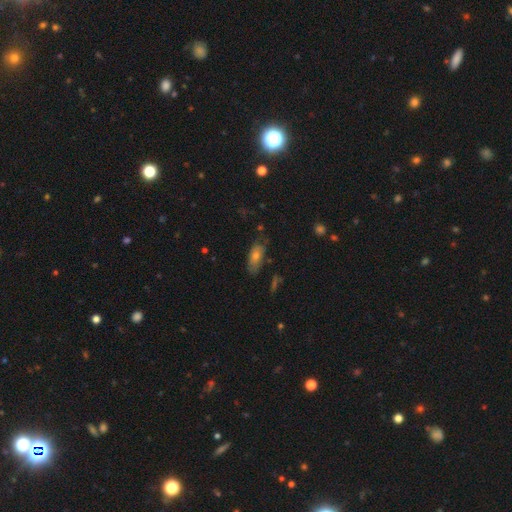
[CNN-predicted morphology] smooth_or_featured: smooth (p=0.60) [alt: featured or disk p=0.28]
how_rounded: in between (p=0.77) [alt: cigar-shaped p=0.19]
merging: none (p=0.67) [alt: minor disturbance p=0.23]